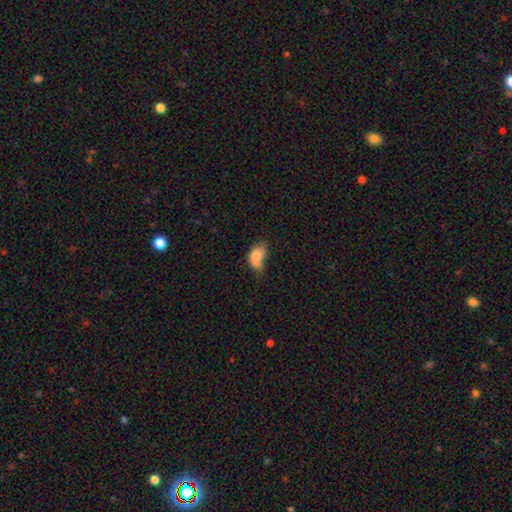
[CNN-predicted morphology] This appears to be a smooth galaxy with no disk features (75%) that is in between round and cigar-shaped (85%). Merging: minor disturbance (35%).